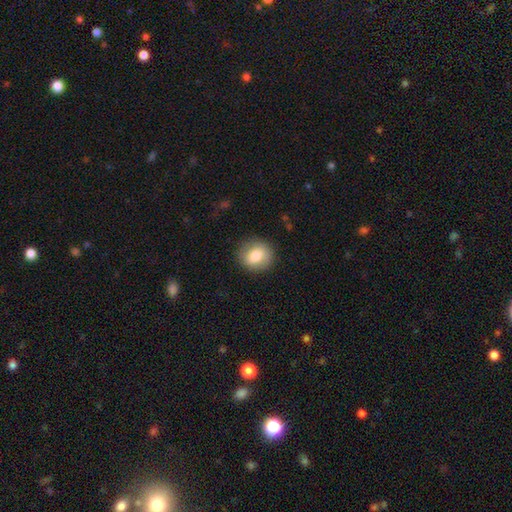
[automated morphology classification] Overall: smooth (78%). How rounded: round (84%). Merging: none (87%).